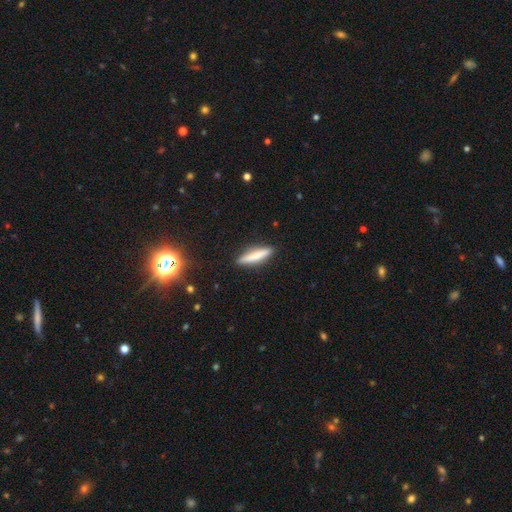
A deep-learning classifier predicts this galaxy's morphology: This is likely a smooth galaxy (68%). How rounded: clearly cigar-shaped (88%). Merging: clearly none (89%).